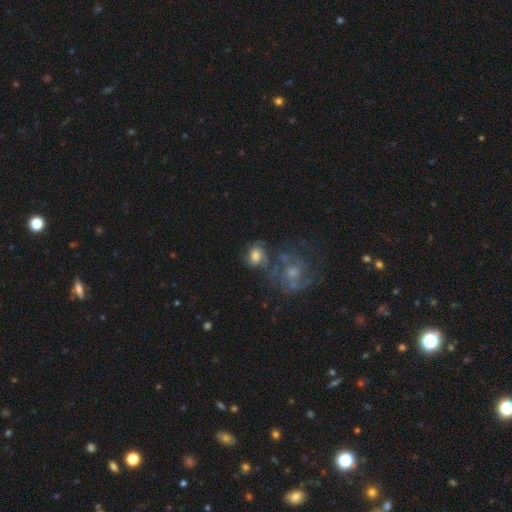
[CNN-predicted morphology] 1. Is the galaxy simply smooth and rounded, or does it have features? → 47% featured or disk, 43% smooth, 10% star or artifact.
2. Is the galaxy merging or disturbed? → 41% none, 23% merger, 20% minor disturbance, 17% major disturbance.